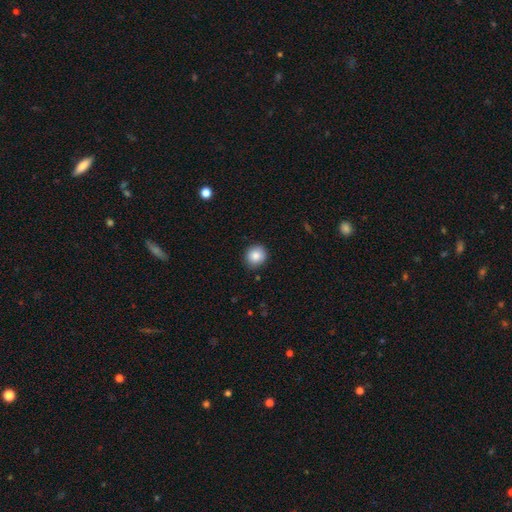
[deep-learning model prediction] A smooth galaxy with no disk features (86%) that is round (84%).

Vote fractions:
- Smooth or featured? smooth: 86% / star or artifact: 9% / featured or disk: 6%
- How rounded? round: 84% / in between: 15% / cigar-shaped: 1%
- Merging? none: 89% / minor disturbance: 8% / major disturbance: 2% / merger: 1%